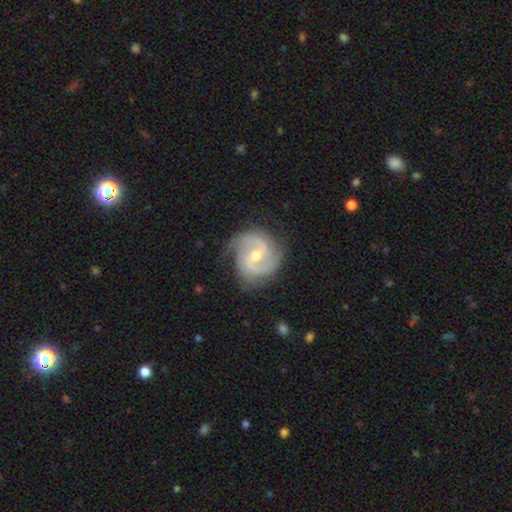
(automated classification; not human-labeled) Smooth or featured?
  - featured or disk: 90% *
  - smooth: 6%
  - star or artifact: 4%
Edge-on disk?
  - no: 98% *
  - yes: 2%
Bar?
  - weak: 53% *
  - no: 26%
  - strong: 21%
Spiral arms?
  - yes: 98% *
  - no: 2%
Spiral winding?
  - medium: 53% *
  - tight: 33%
  - loose: 14%
Spiral arm count?
  - 2: 80% *
  - 3: 10%
  - can't tell: 5%
  - 1: 2%
  - 4: 2%
  - more than 4: 2%
Bulge size?
  - moderate: 57% *
  - small: 40%
  - large: 2%
  - none: 1%
  - dominant: 1%
Merging?
  - none: 77% *
  - minor disturbance: 17%
  - major disturbance: 5%
  - merger: 1%